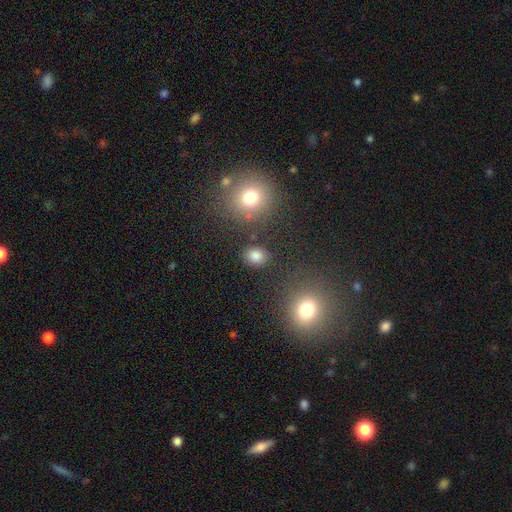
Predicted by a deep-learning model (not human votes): The model was most divided on "how rounded": round: 53%, in between: 46%, cigar-shaped: 1%. More confident: smooth or featured — smooth (82%); merging — none (82%).